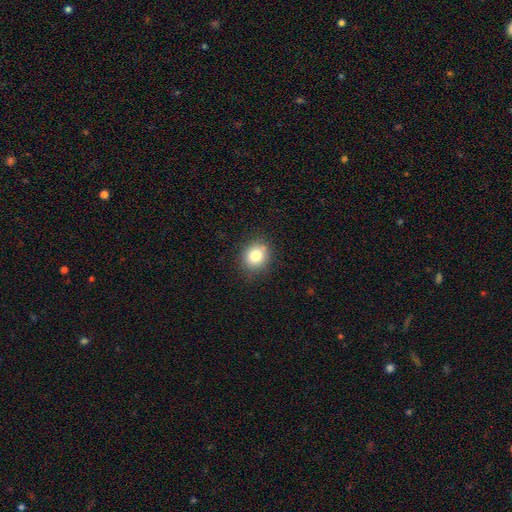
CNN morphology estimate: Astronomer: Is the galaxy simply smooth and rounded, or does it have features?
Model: smooth — 81%.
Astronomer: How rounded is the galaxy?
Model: round — 73%.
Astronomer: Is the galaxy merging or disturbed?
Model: none — 83%.